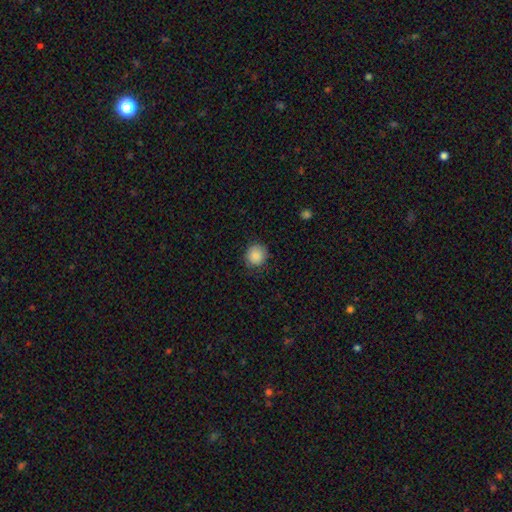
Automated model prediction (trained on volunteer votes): Overall: smooth (87%). How rounded: round (87%). Merging: none (84%).